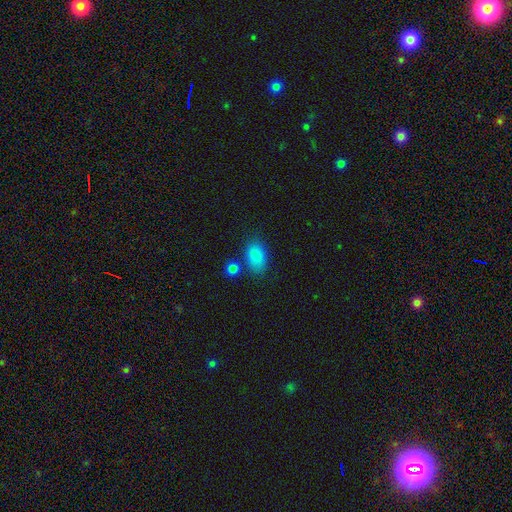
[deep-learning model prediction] Smooth or featured: smooth — 86% (star or artifact — 9%)
How rounded: in between — 88% (round — 11%)
Merging: none — 70% (minor disturbance — 16%)